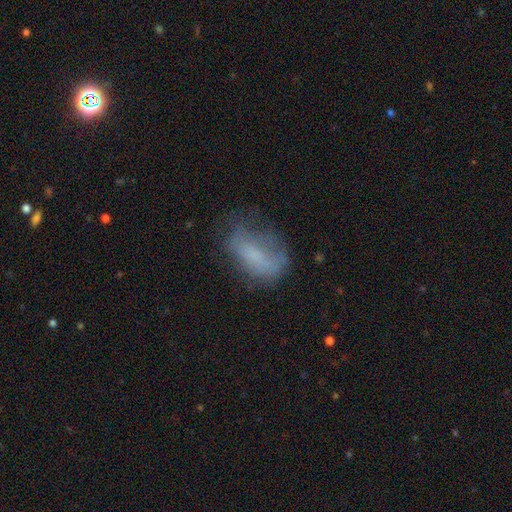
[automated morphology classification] smooth-or-featured: smooth: 60% | featured or disk: 28% | star or artifact: 12%
  how-rounded: in between: 87% | round: 8% | cigar-shaped: 6%
  merging: none: 39% | minor disturbance: 29% | major disturbance: 29% | merger: 3%